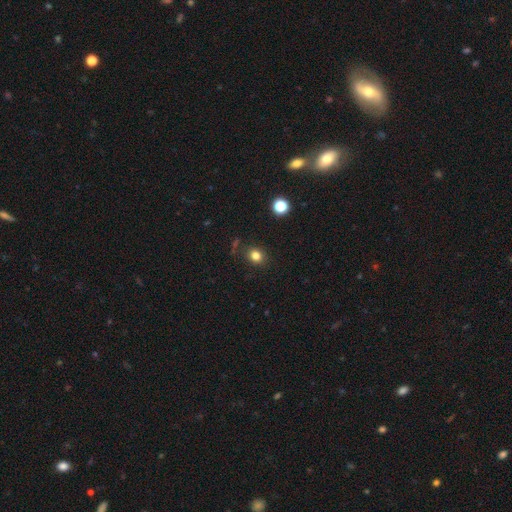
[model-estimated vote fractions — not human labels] Smooth or featured? smooth (80%)
How rounded? round (70%)
Merging? none (85%)